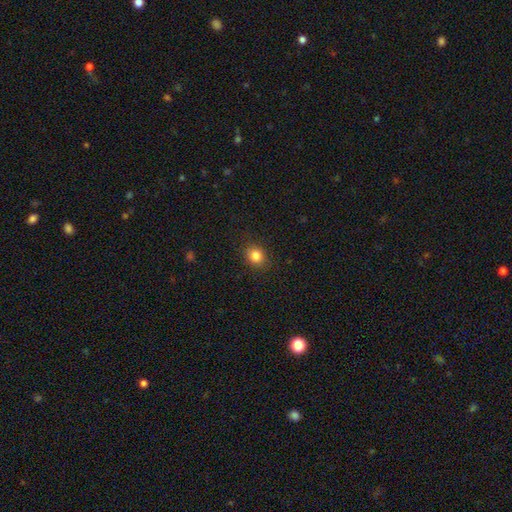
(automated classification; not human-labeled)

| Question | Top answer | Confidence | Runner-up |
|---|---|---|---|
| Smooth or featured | smooth | 83% | star or artifact (11%) |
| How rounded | round | 66% | in between (33%) |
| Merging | none | 88% | minor disturbance (8%) |